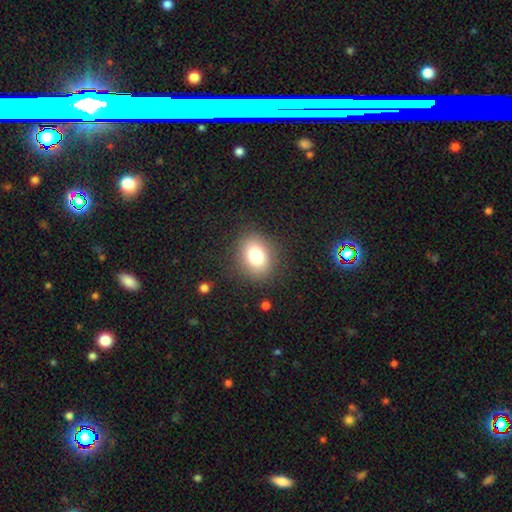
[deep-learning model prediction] This appears to be a smooth galaxy with no disk features (77%) that is in between round and cigar-shaped (52%). Merging: none (86%).